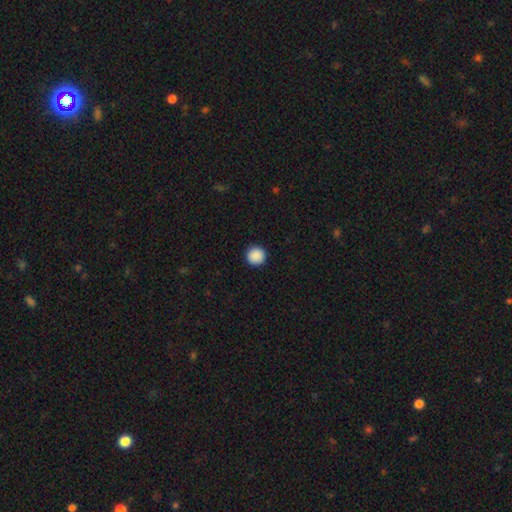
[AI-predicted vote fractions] Smooth or featured: smooth — 90% (star or artifact — 8%)
How rounded: round — 96% (in between — 3%)
Merging: none — 93% (minor disturbance — 4%)